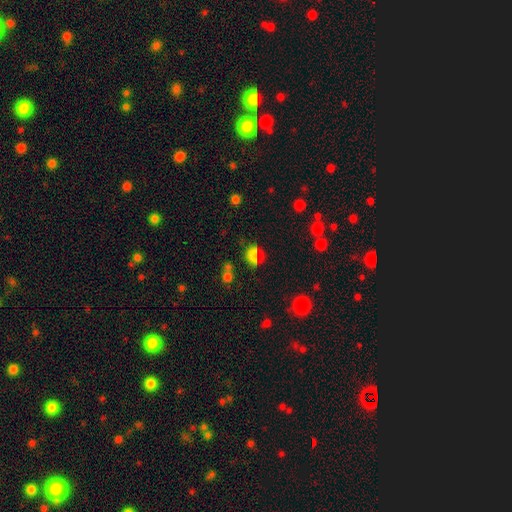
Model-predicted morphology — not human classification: Smooth or featured: smooth — 71% (star or artifact — 19%)
How rounded: round — 57% (in between — 41%)
Merging: none — 72% (minor disturbance — 15%)